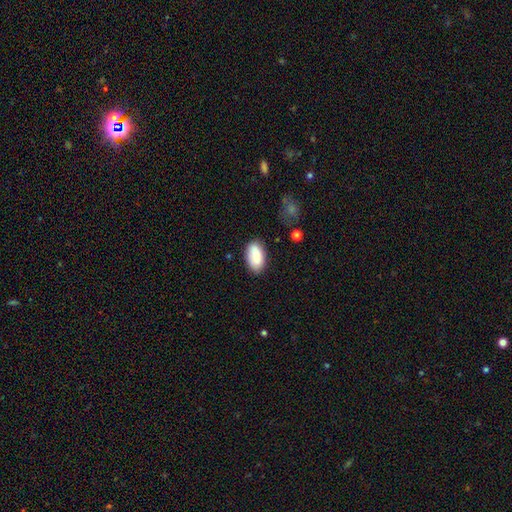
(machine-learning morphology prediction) Overall: smooth (86%). How rounded: in between (93%). Merging: none (80%).